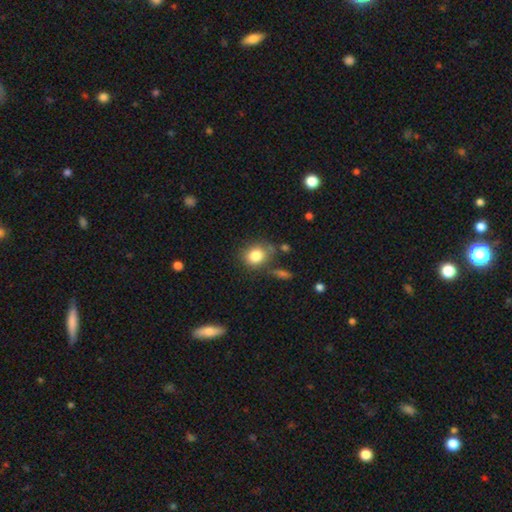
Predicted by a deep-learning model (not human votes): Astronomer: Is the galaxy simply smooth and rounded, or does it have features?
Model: smooth — 82%.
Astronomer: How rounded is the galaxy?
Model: round — 65%.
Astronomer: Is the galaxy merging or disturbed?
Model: none — 68%.